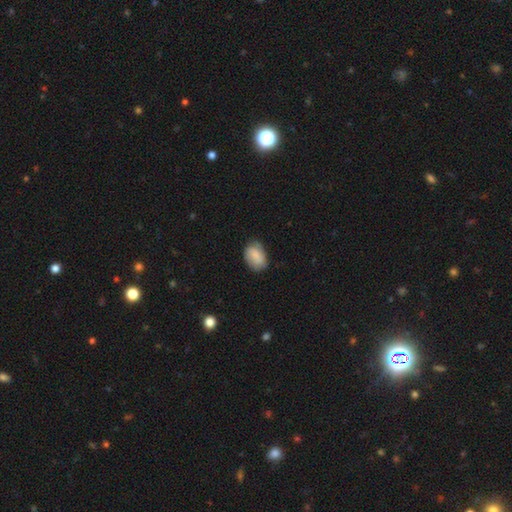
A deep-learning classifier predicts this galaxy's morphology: smooth_or_featured: smooth (p=0.77) [alt: featured or disk p=0.16]
how_rounded: in between (p=0.81) [alt: round p=0.17]
merging: none (p=0.70) [alt: minor disturbance p=0.24]